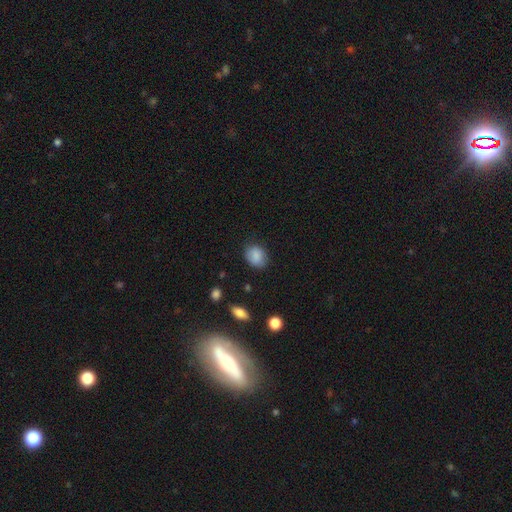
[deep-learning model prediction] This appears to be a smooth galaxy with no disk features (86%) that is in between round and cigar-shaped (52%). Merging: none (79%).